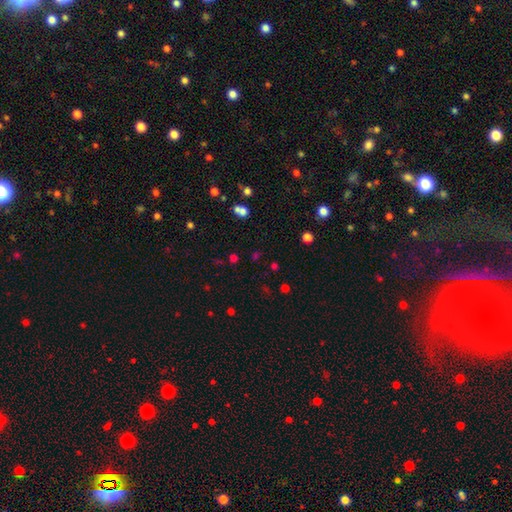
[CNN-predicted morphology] smooth-or-featured: smooth: 46% | star or artifact: 45% | featured or disk: 8%
  merging: none: 73% | merger: 12% | minor disturbance: 10% | major disturbance: 5%